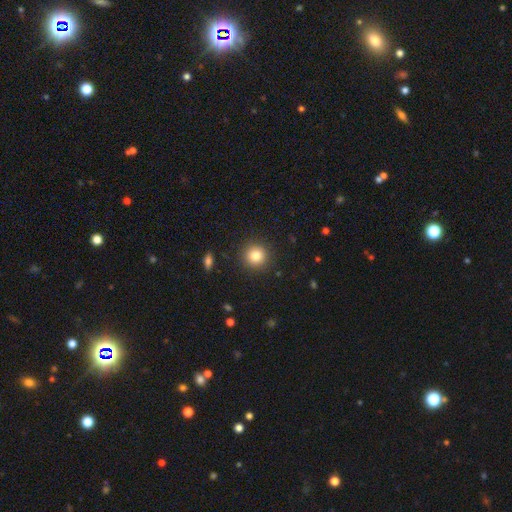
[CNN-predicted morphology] Smooth or featured: smooth — 82% (star or artifact — 11%)
How rounded: round — 94% (in between — 5%)
Merging: none — 91% (minor disturbance — 6%)